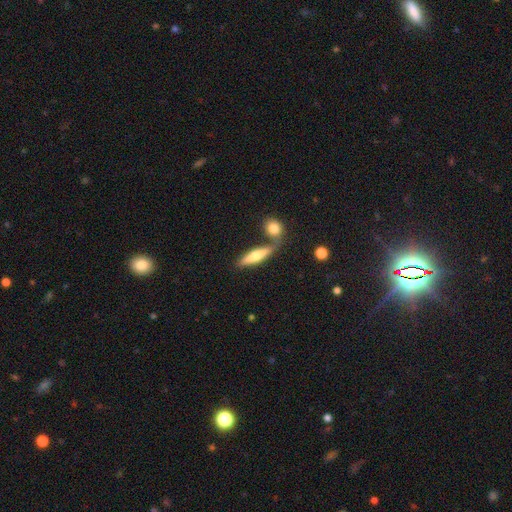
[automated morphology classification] Smooth or featured? smooth (61%)
How rounded? cigar-shaped (70%)
Merging? none (59%)